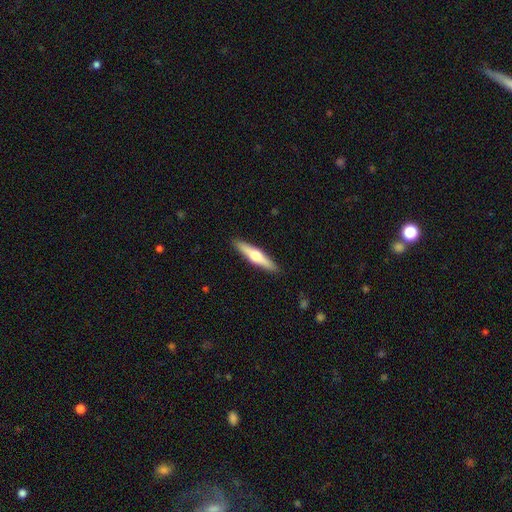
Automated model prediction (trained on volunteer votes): smooth-or-featured: featured or disk: 55% | smooth: 40% | star or artifact: 5%
  disk-edge-on: yes: 95% | no: 5%
    edge-on-bulge: rounded: 94% | none: 4% | boxy: 3%
  merging: none: 91% | minor disturbance: 7% | major disturbance: 1% | merger: 1%